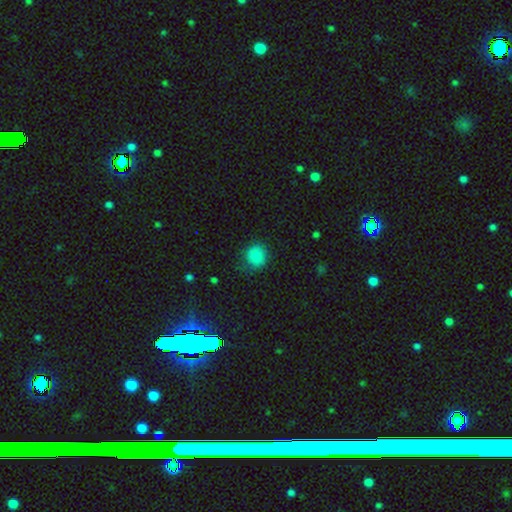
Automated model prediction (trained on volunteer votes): Smooth or featured: smooth — 82% (star or artifact — 10%)
How rounded: round — 84% (in between — 15%)
Merging: none — 73% (minor disturbance — 19%)